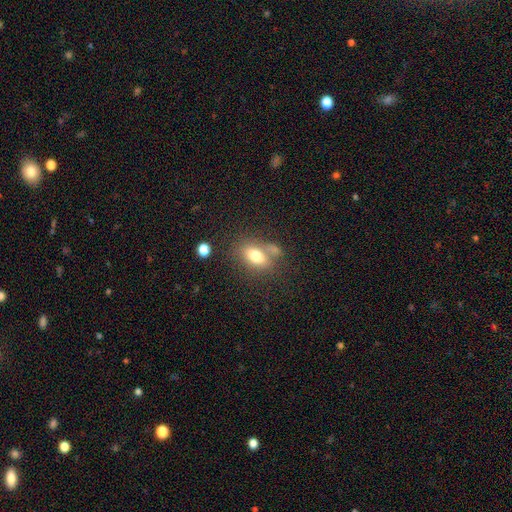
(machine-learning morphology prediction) smooth-or-featured: smooth: 74% | featured or disk: 16% | star or artifact: 10%
  how-rounded: in between: 83% | round: 11% | cigar-shaped: 5%
  merging: none: 54% | merger: 22% | minor disturbance: 16% | major disturbance: 8%